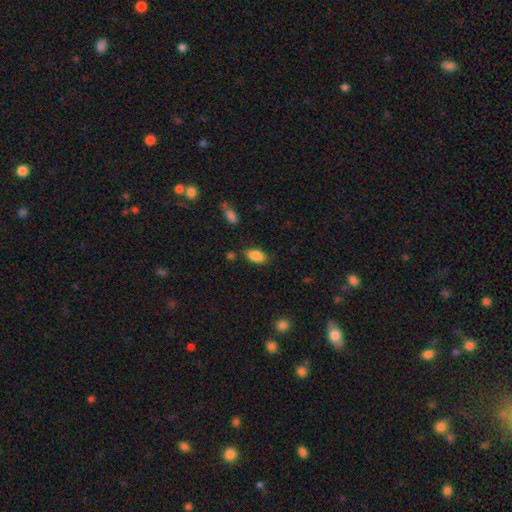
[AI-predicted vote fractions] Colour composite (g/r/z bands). It shows a smooth galaxy with no disk features (87%) that is in between round and cigar-shaped (92%). Merging: none (78%).